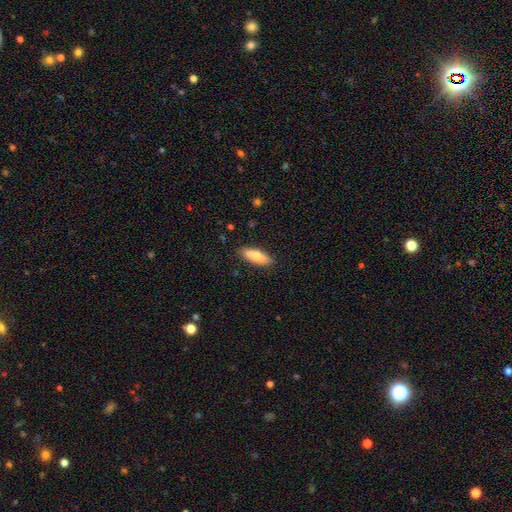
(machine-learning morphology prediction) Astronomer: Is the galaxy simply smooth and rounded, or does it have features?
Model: smooth — 74%.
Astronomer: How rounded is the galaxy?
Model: cigar-shaped — 51% (runner-up: in between, 47%).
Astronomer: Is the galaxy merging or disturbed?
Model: none — 87%.